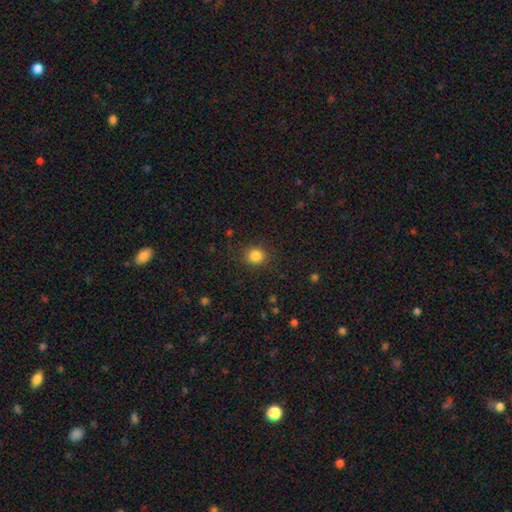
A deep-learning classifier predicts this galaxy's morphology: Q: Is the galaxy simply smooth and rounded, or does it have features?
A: smooth — 85%.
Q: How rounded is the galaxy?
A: round — 82%.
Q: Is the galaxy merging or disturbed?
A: none — 87%.